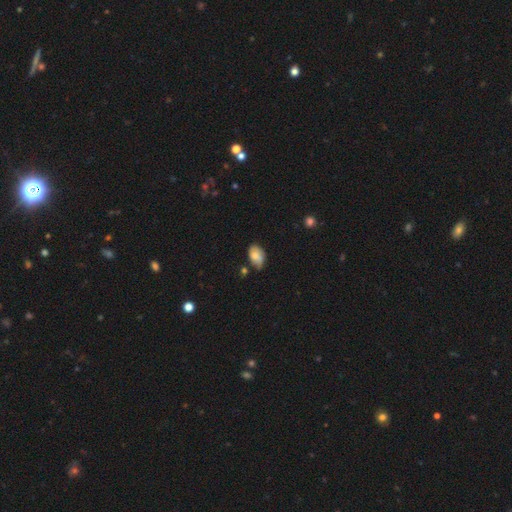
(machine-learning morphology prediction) A smooth galaxy with no disk features (68%) that is in between round and cigar-shaped (88%).

Vote fractions:
- Smooth or featured? smooth: 68% / featured or disk: 23% / star or artifact: 8%
- How rounded? in between: 88% / round: 11% / cigar-shaped: 1%
- Merging? none: 52% / minor disturbance: 36% / major disturbance: 7% / merger: 5%